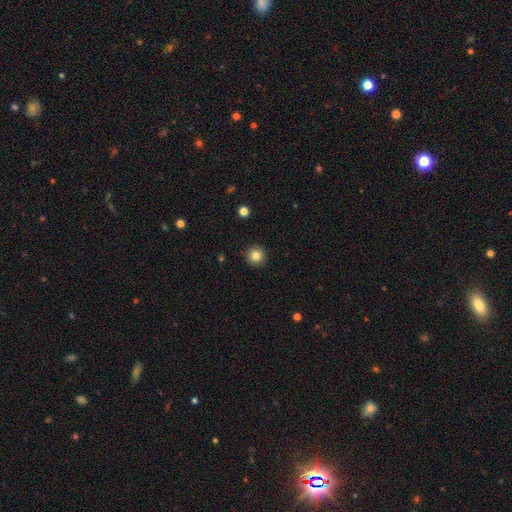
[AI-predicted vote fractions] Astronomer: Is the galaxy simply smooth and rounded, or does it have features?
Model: smooth — 82%.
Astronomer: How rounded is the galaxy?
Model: round — 95%.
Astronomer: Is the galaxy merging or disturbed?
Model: none — 93%.